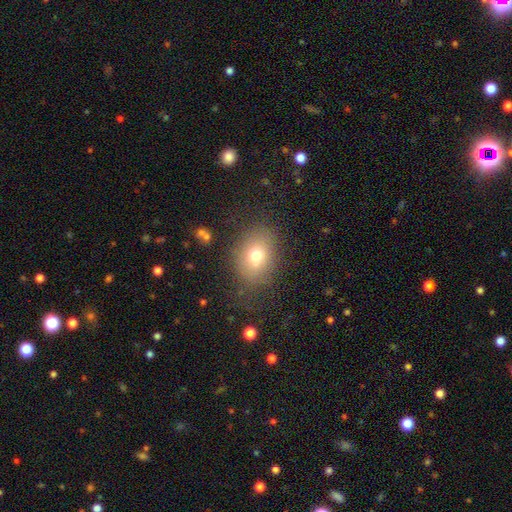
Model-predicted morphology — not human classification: A smooth galaxy with no disk features (73%) that is in between round and cigar-shaped (55%). Merging: none (76%).